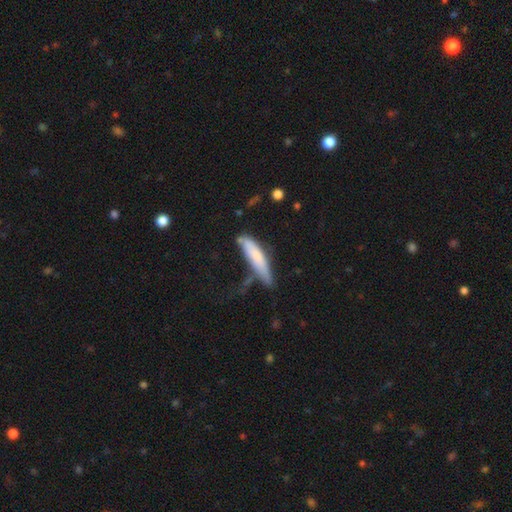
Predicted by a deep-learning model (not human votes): Smooth or featured?
  - smooth: 71% *
  - featured or disk: 23%
  - star or artifact: 6%
How rounded?
  - cigar-shaped: 79% *
  - in between: 19%
  - round: 1%
Merging?
  - none: 52% *
  - minor disturbance: 30%
  - major disturbance: 10%
  - merger: 8%